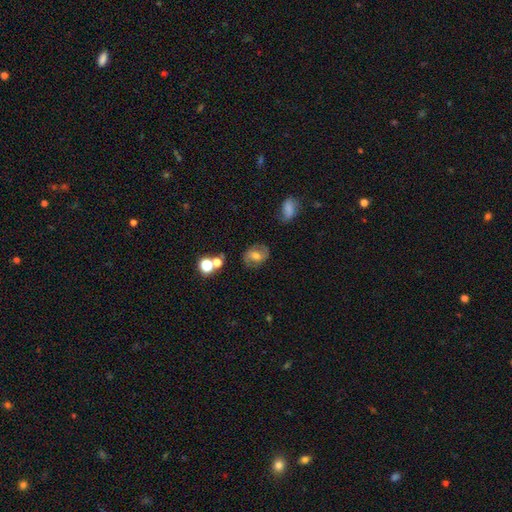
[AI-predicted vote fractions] The model was most divided on "smooth or featured": featured or disk: 52%, smooth: 37%, star or artifact: 11%. More confident: edge-on disk — no (96%); merging — none (76%).